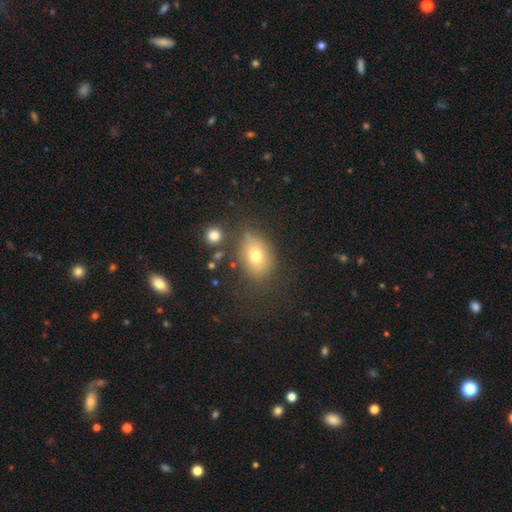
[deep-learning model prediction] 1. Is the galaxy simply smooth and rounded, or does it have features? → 70% smooth, 17% featured or disk, 13% star or artifact.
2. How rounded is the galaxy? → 70% in between, 28% round, 2% cigar-shaped.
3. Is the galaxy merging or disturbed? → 64% none, 22% minor disturbance, 9% major disturbance, 6% merger.